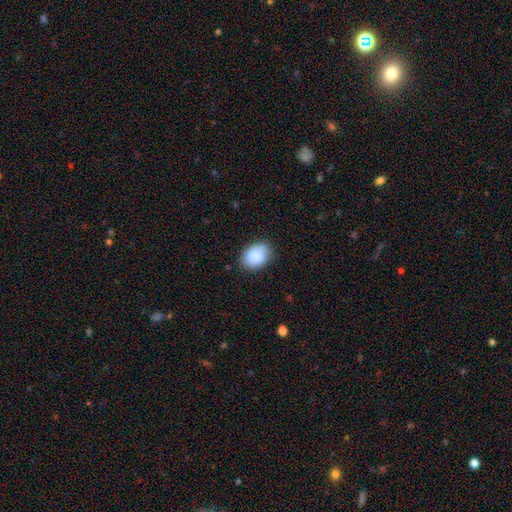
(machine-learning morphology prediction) A smooth galaxy with no disk features (88%) that is in between round and cigar-shaped (73%).

Vote fractions:
- Smooth or featured? smooth: 88% / star or artifact: 7% / featured or disk: 6%
- How rounded? in between: 73% / round: 26% / cigar-shaped: 1%
- Merging? none: 80% / minor disturbance: 16% / major disturbance: 3% / merger: 1%